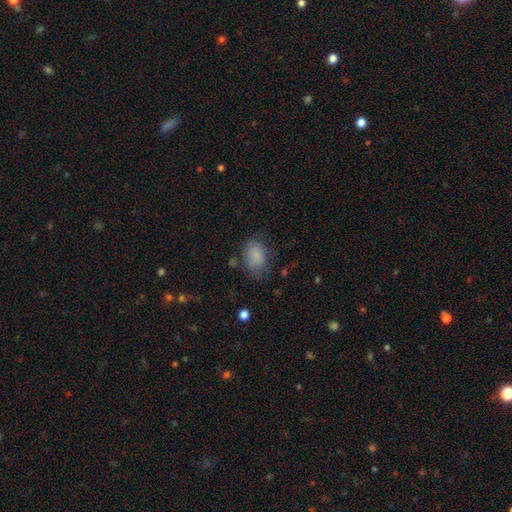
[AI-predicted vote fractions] smooth-or-featured: smooth: 82% | featured or disk: 9% | star or artifact: 9%
  how-rounded: in between: 78% | round: 20% | cigar-shaped: 1%
  merging: none: 65% | minor disturbance: 23% | major disturbance: 9% | merger: 2%